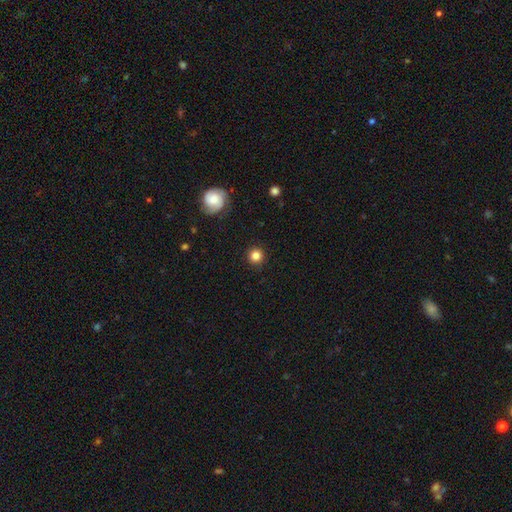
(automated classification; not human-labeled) Q: Smooth or featured?
A: smooth (84%); runner-up: star or artifact (11%)
Q: How rounded?
A: round (95%); runner-up: in between (4%)
Q: Merging?
A: none (92%); runner-up: minor disturbance (5%)